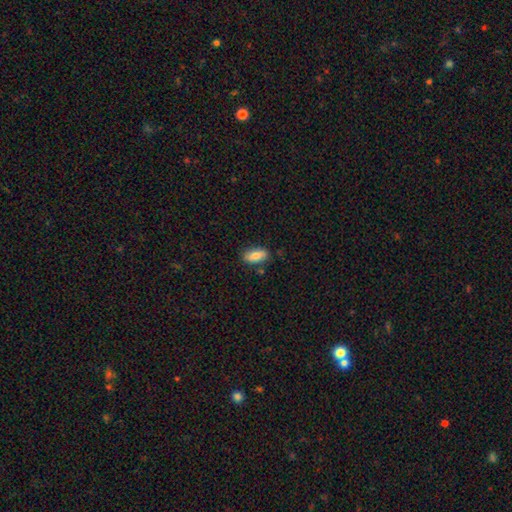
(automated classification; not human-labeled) smooth 79%, featured or disk 14%, star or artifact 7%. Down the decision tree: how rounded — in between (87%); merging — none (81%).